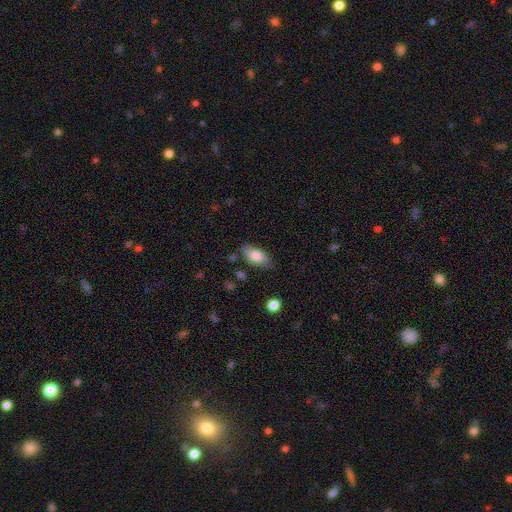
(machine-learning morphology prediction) This is clearly a smooth galaxy (82%). How rounded: clearly in between (91%). Merging: likely none (75%).